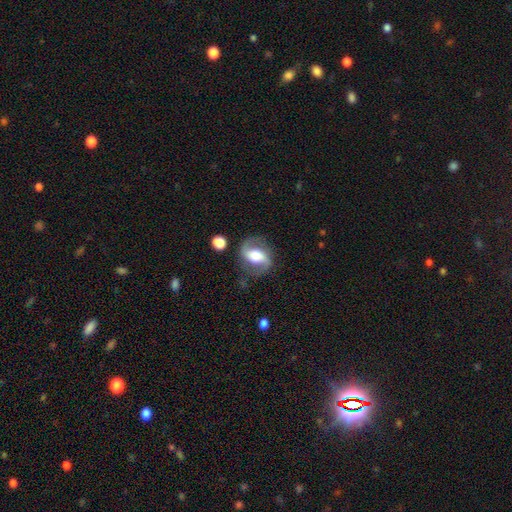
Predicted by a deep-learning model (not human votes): Smooth or featured: featured or disk — 81% (smooth — 13%)
Edge-on disk: no — 97% (yes — 3%)
Bar: weak — 36% (strong — 33%)
Spiral arms: yes — 93% (no — 7%)
Spiral winding: medium — 50% (loose — 34%)
Spiral arm count: 2 — 92% (can't tell — 3%)
Bulge size: moderate — 53% (large — 30%)
Merging: none — 76% (minor disturbance — 14%)